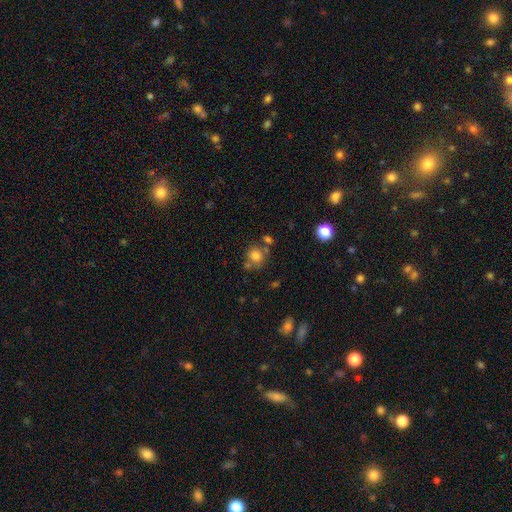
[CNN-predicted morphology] A smooth galaxy with no disk features (76%) that is round (81%).

Vote fractions:
- Smooth or featured? smooth: 76% / star or artifact: 12% / featured or disk: 11%
- How rounded? round: 81% / in between: 18% / cigar-shaped: 1%
- Merging? none: 59% / merger: 20% / minor disturbance: 15% / major disturbance: 6%